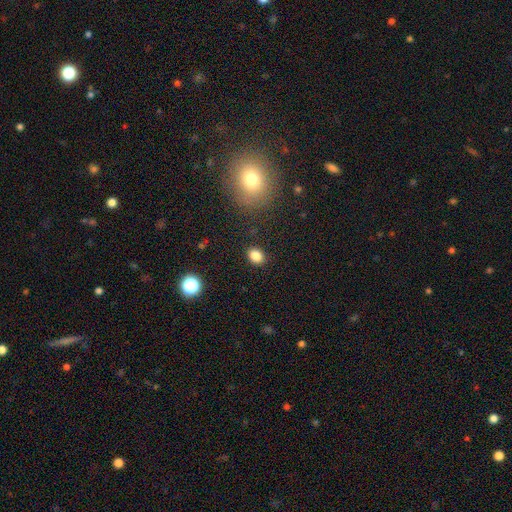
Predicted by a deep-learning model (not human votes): A smooth galaxy with no disk features (84%) that is in between round and cigar-shaped (56%).

Vote fractions:
- Smooth or featured? smooth: 84% / star or artifact: 11% / featured or disk: 5%
- How rounded? in between: 56% / round: 43% / cigar-shaped: 1%
- Merging? none: 88% / minor disturbance: 8% / major disturbance: 2% / merger: 2%